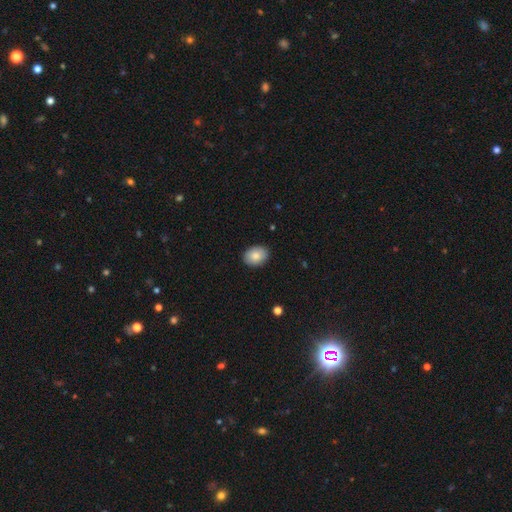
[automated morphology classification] Smooth or featured? Predicted: smooth (p=0.85). How rounded? Predicted: in between (p=0.73). Merging? Predicted: none (p=0.89).